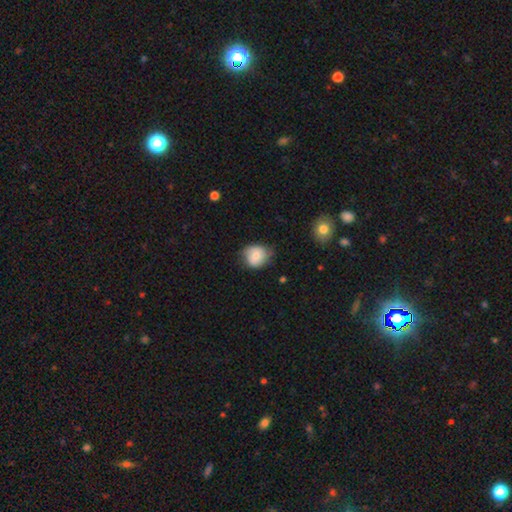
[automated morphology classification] smooth_or_featured: smooth (p=0.71) [alt: featured or disk p=0.22]
how_rounded: round (p=0.71) [alt: in between p=0.28]
merging: none (p=0.63) [alt: minor disturbance p=0.29]